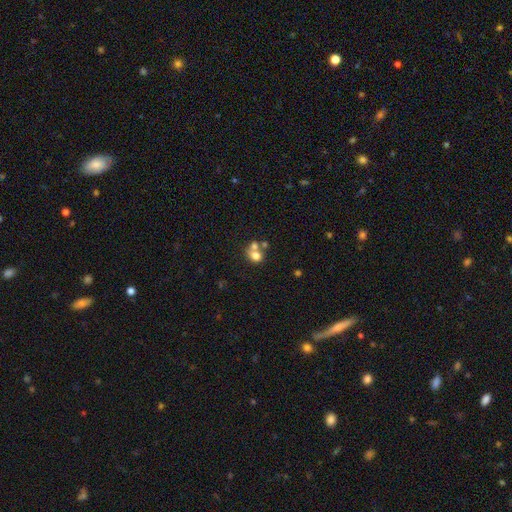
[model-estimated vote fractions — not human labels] A smooth galaxy with no disk features (70%) that is round (65%).

Vote fractions:
- Smooth or featured? smooth: 70% / featured or disk: 18% / star or artifact: 12%
- How rounded? round: 65% / in between: 34% / cigar-shaped: 1%
- Merging? merger: 51% / none: 36% / minor disturbance: 8% / major disturbance: 5%